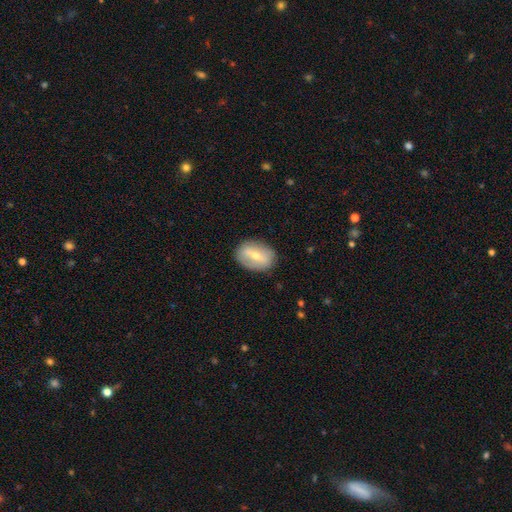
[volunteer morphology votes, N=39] smooth_or_featured: smooth (p=0.49) [alt: featured or disk p=0.46]
how_rounded: in between (p=0.89) [alt: round p=0.11]
merging: none (p=0.86) [alt: minor disturbance p=0.08]